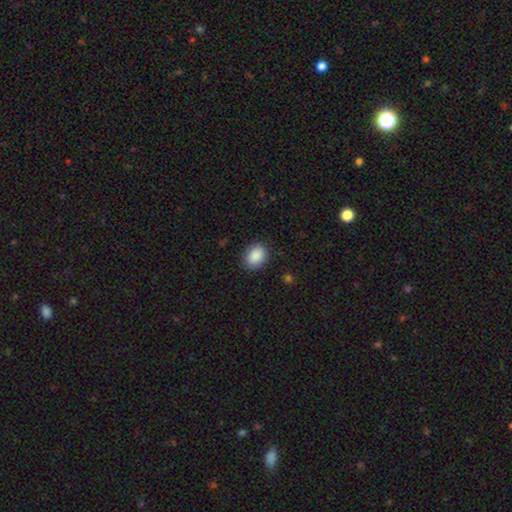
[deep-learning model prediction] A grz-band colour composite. It shows a smooth galaxy with no disk features (89%) that is in between round and cigar-shaped (63%). Merging: none (86%).